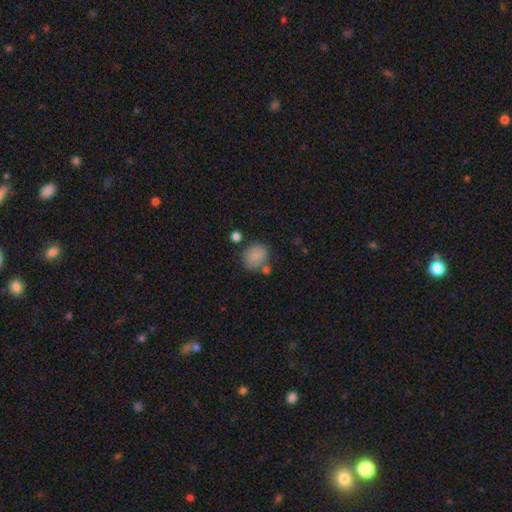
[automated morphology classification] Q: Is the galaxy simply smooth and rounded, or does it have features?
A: smooth — 84%.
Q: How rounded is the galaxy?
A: round — 81%.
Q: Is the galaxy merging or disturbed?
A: none — 67%.